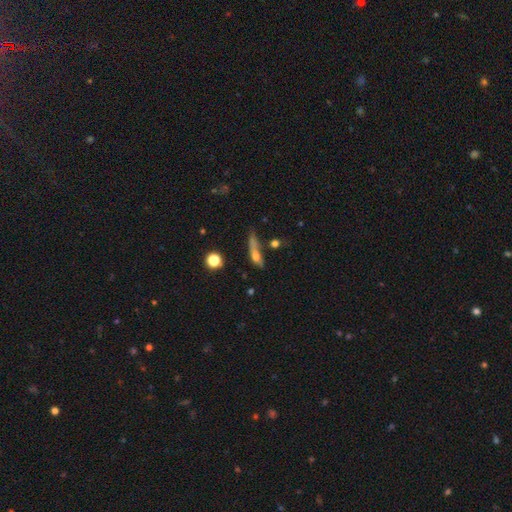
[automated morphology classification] A smooth galaxy with no disk features (54%) that is cigar-shaped (66%).

Vote fractions:
- Smooth or featured? smooth: 54% / featured or disk: 34% / star or artifact: 12%
- How rounded? cigar-shaped: 66% / in between: 24% / round: 10%
- Merging? none: 42% / minor disturbance: 24% / major disturbance: 20% / merger: 13%